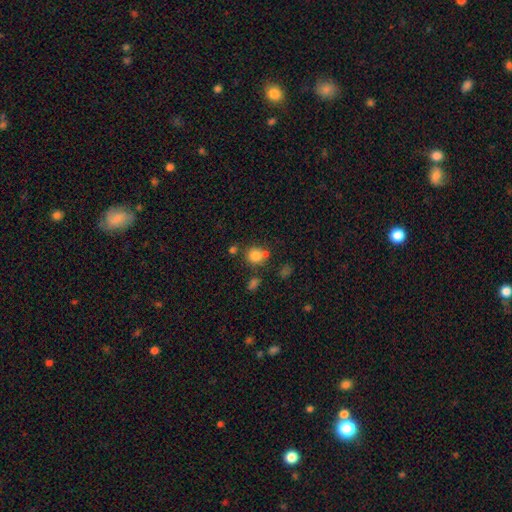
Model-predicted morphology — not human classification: smooth_or_featured: smooth (p=0.79) [alt: star or artifact p=0.12]
how_rounded: round (p=0.83) [alt: in between p=0.16]
merging: none (p=0.61) [alt: merger p=0.23]